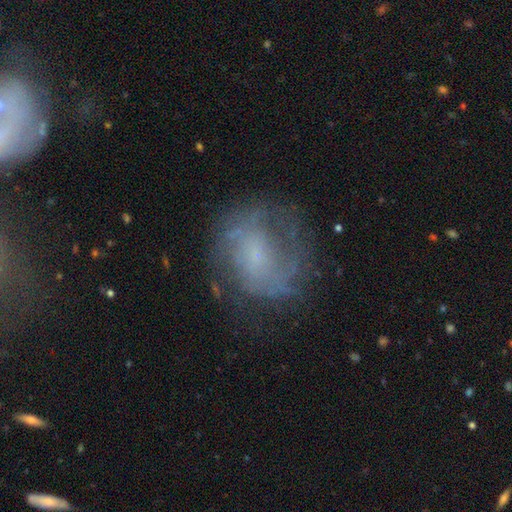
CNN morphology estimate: type=featured or disk (66%); edge-on=no (98%); bar=no (62%); spiral arms=yes (79%); winding=medium (41%); arm count=2 (42%); bulge=small (57%); merging=none (65%).